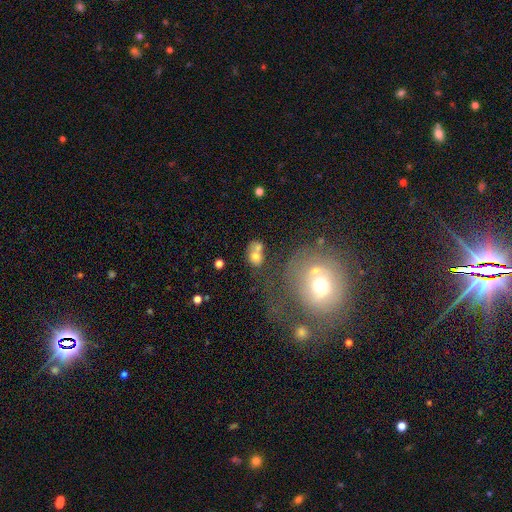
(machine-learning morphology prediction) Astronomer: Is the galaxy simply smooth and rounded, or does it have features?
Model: smooth — 66%.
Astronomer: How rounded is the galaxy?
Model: in between — 55% (runner-up: round, 44%).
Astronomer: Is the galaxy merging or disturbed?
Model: merger — 47% (runner-up: none, 33%).